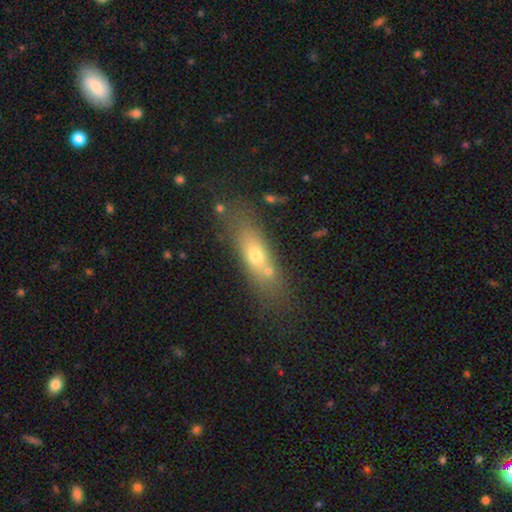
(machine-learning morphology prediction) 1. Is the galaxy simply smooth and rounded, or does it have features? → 56% smooth, 31% featured or disk, 13% star or artifact.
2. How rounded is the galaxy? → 54% cigar-shaped, 40% in between, 6% round.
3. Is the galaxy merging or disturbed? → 62% none, 19% merger, 14% minor disturbance, 6% major disturbance.